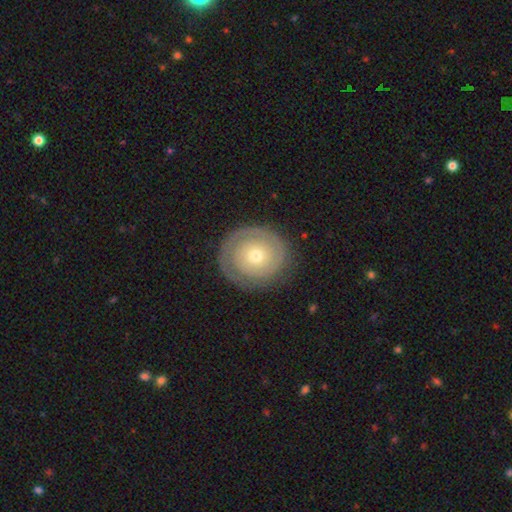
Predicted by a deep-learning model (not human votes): Morphology: type=featured or disk (68%); edge-on=no (97%); bar=no (87%); spiral arms=yes (73%); bulge=small (50%); merging=none (84%).